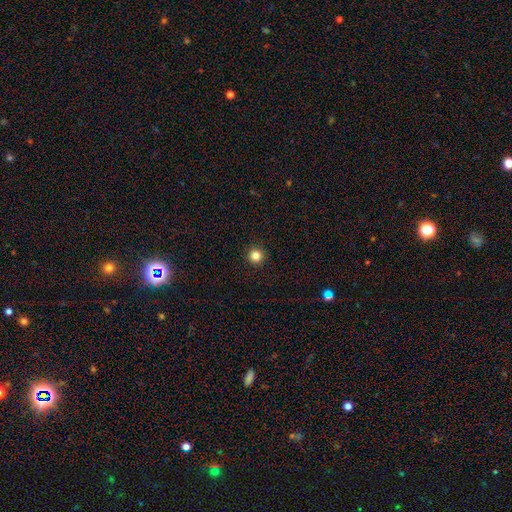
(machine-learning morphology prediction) Smooth or featured? smooth (84%)
How rounded? round (96%)
Merging? none (93%)